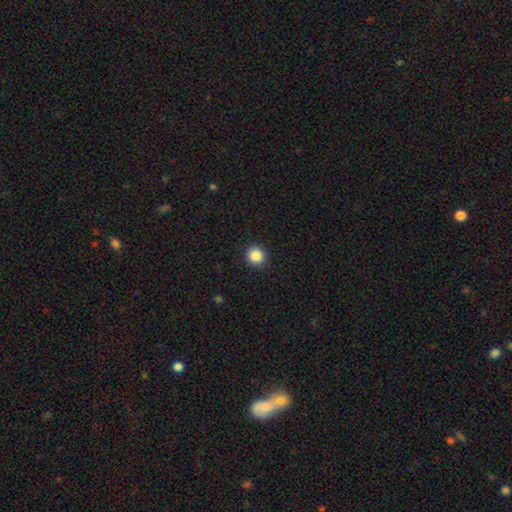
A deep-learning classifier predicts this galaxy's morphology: Q: Smooth or featured?
A: smooth (87%); runner-up: star or artifact (10%)
Q: How rounded?
A: round (94%); runner-up: in between (5%)
Q: Merging?
A: none (92%); runner-up: minor disturbance (5%)